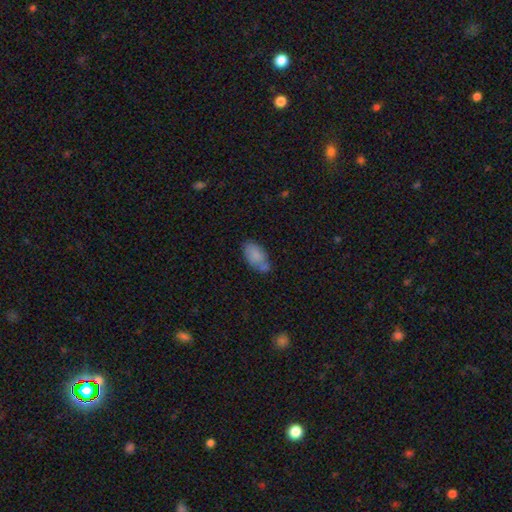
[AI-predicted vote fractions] A smooth galaxy with no disk features (81%) that is in between round and cigar-shaped (93%). Merging: none (57%).